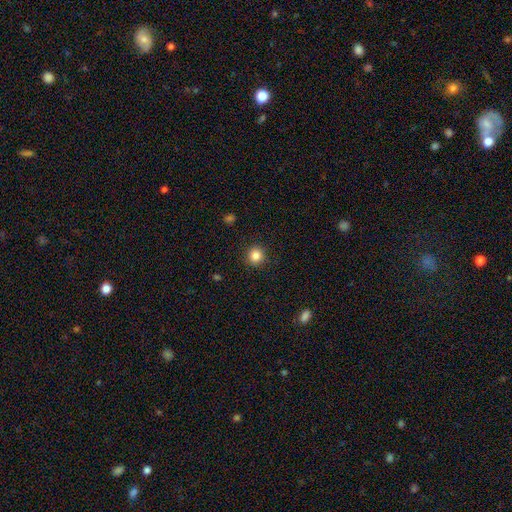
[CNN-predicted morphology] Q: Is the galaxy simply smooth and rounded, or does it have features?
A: smooth — 85%.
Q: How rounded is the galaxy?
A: round — 93%.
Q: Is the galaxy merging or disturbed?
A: none — 91%.